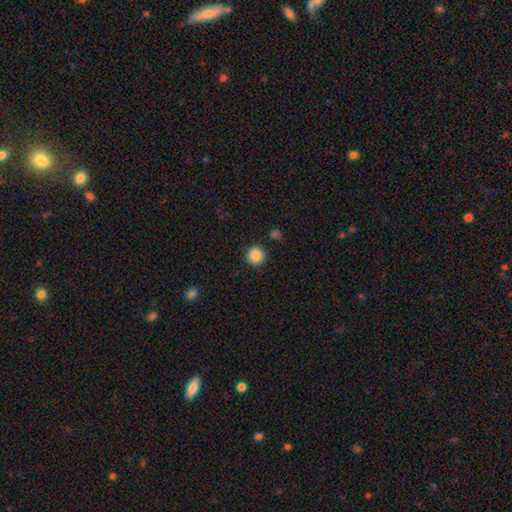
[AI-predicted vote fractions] Morphology: type=smooth (88%); roundness=round (94%); merging=none (90%).